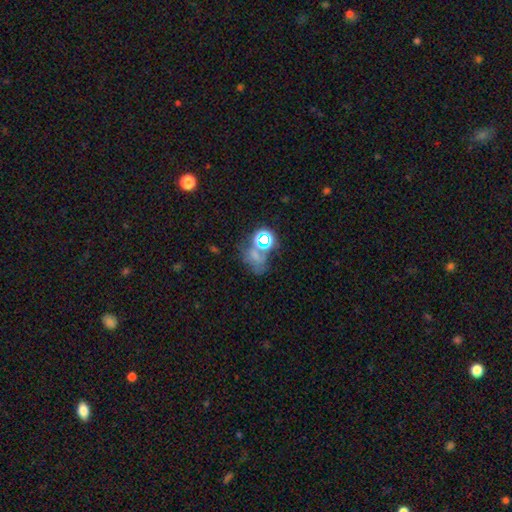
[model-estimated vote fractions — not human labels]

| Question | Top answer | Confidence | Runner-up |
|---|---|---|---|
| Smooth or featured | smooth | 41% | star or artifact (39%) |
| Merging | none | 36% | merger (26%) |